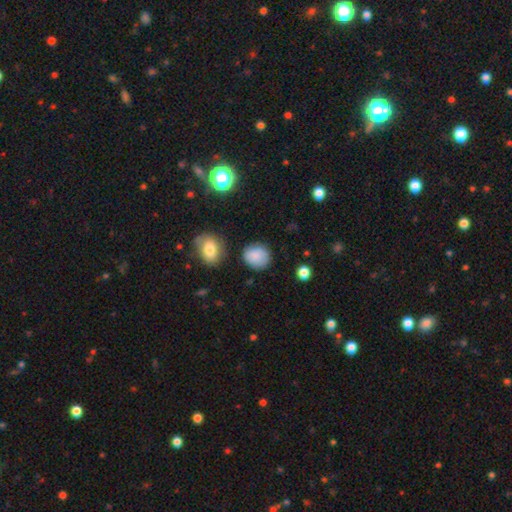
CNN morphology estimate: This is clearly a smooth galaxy (85%). How rounded: likely round (79%). Merging: clearly none (81%).